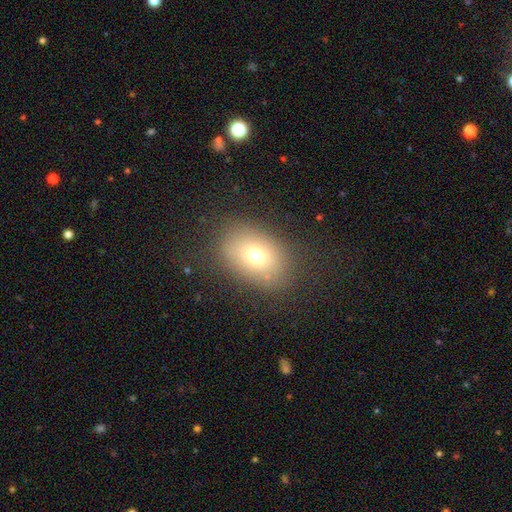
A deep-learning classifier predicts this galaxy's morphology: smooth_or_featured: smooth (p=0.70) [alt: featured or disk p=0.16]
how_rounded: in between (p=0.73) [alt: round p=0.26]
merging: none (p=0.80) [alt: minor disturbance p=0.13]